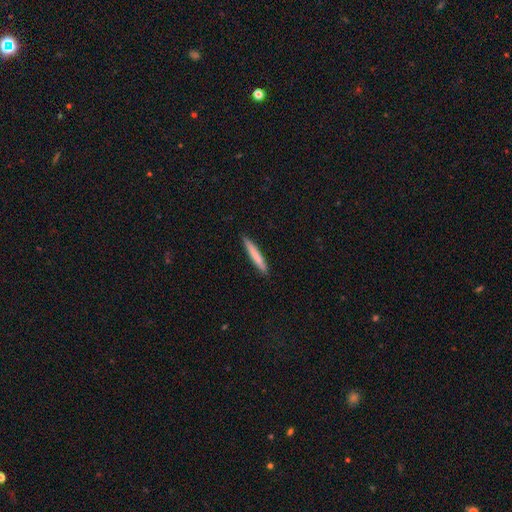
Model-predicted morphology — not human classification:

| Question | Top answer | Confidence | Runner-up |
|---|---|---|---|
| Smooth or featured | smooth | 75% | featured or disk (19%) |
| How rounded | cigar-shaped | 95% | in between (4%) |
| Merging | none | 90% | minor disturbance (7%) |